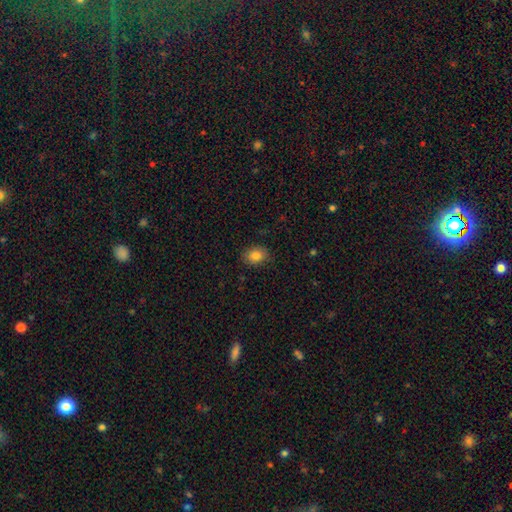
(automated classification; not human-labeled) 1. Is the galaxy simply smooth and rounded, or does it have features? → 83% smooth, 10% star or artifact, 7% featured or disk.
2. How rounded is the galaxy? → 63% in between, 36% round, 1% cigar-shaped.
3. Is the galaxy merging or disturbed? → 86% none, 10% minor disturbance, 2% major disturbance, 1% merger.